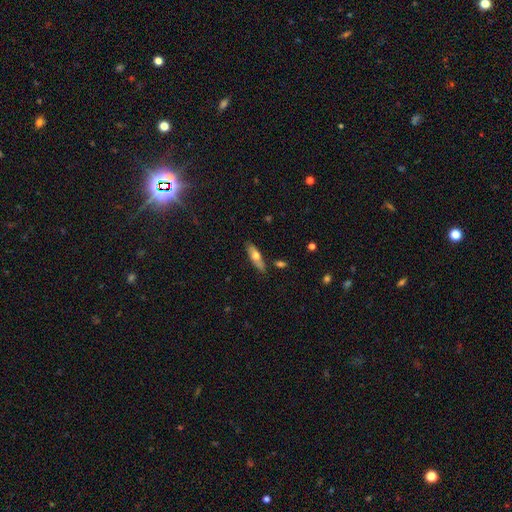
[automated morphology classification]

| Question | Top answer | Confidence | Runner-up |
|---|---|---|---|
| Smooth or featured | smooth | 56% | featured or disk (38%) |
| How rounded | cigar-shaped | 51% | in between (46%) |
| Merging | none | 81% | minor disturbance (13%) |